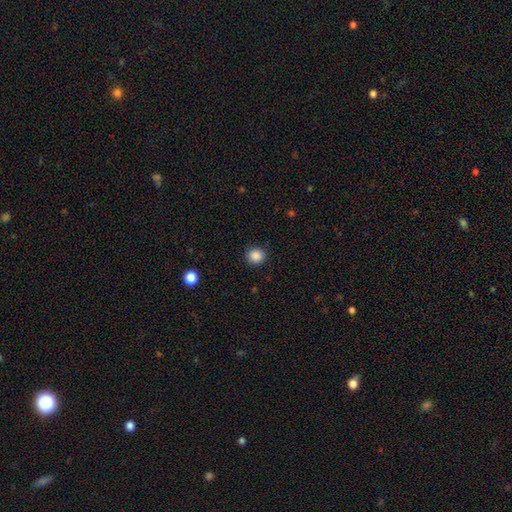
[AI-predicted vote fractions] Morphology: type=smooth (87%); roundness=round (87%); merging=none (90%).